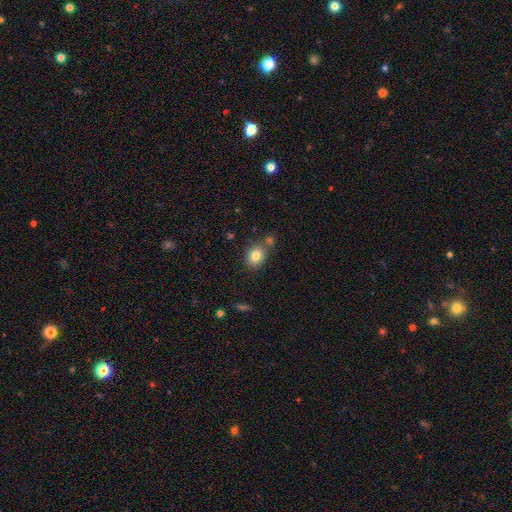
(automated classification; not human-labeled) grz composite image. It shows a smooth galaxy with no disk features (81%) that is round (52%). Merging: none (69%).